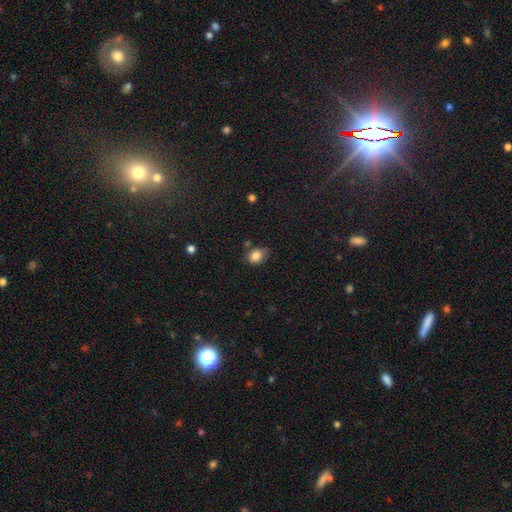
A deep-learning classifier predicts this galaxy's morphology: A smooth galaxy with no disk features (84%) that is in between round and cigar-shaped (65%).

Vote fractions:
- Smooth or featured? smooth: 84% / star or artifact: 9% / featured or disk: 6%
- How rounded? in between: 65% / round: 34% / cigar-shaped: 1%
- Merging? none: 60% / minor disturbance: 29% / major disturbance: 6% / merger: 5%